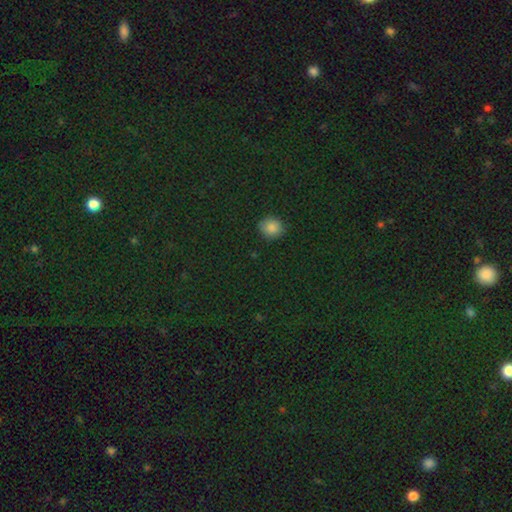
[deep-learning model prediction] smooth_or_featured: star or artifact (p=0.70) [alt: smooth p=0.23]